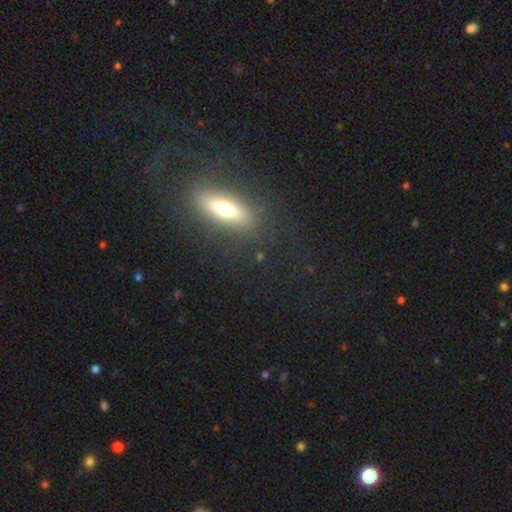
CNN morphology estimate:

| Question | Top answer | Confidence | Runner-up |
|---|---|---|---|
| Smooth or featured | featured or disk | 48% | smooth (40%) |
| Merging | none | 75% | minor disturbance (12%) |